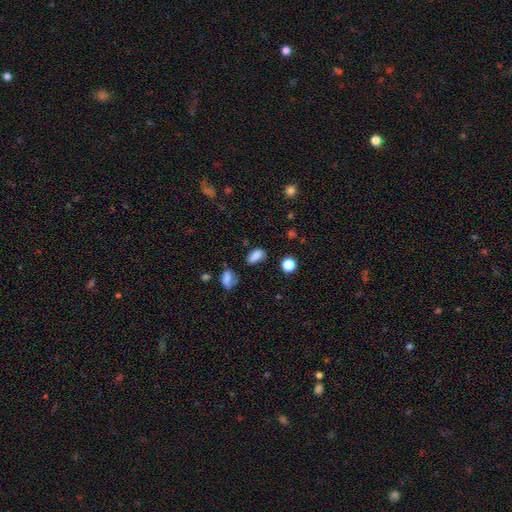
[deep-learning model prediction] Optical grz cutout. It shows a smooth galaxy with no disk features (81%) that is in between round and cigar-shaped (87%). Merging: none (66%).